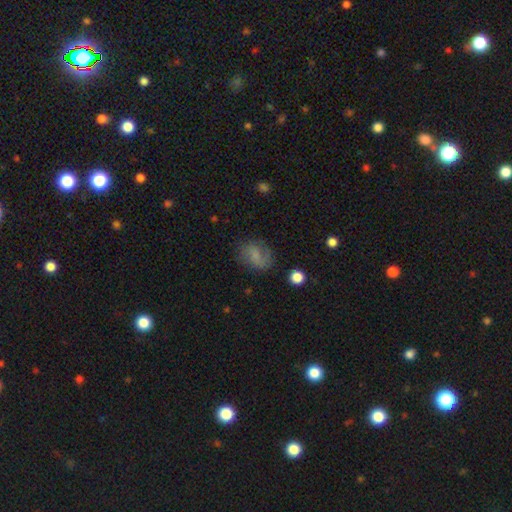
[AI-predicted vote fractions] This appears to be a smooth galaxy with no disk features (61%) that is in between round and cigar-shaped (60%). Merging: none (62%).